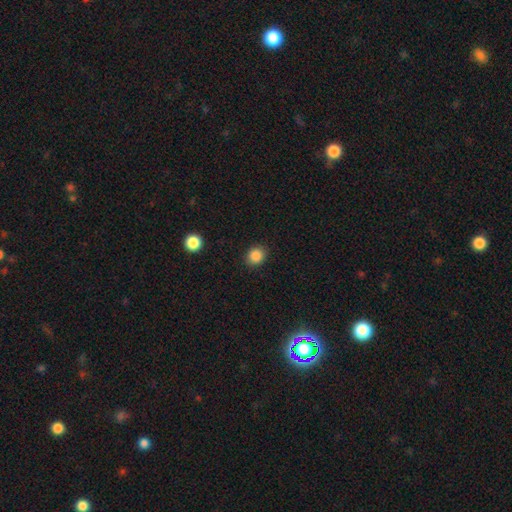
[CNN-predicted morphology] Q: Smooth or featured?
A: smooth (86%); runner-up: star or artifact (10%)
Q: How rounded?
A: round (75%); runner-up: in between (24%)
Q: Merging?
A: none (88%); runner-up: minor disturbance (8%)